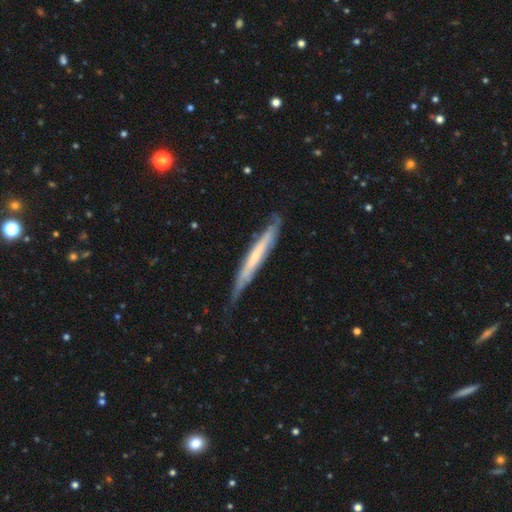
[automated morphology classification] The model was most divided on "smooth or featured": featured or disk: 61%, smooth: 33%, star or artifact: 6%. More confident: edge-on disk — yes (84%); edge-on bulge — none (69%); merging — none (66%).